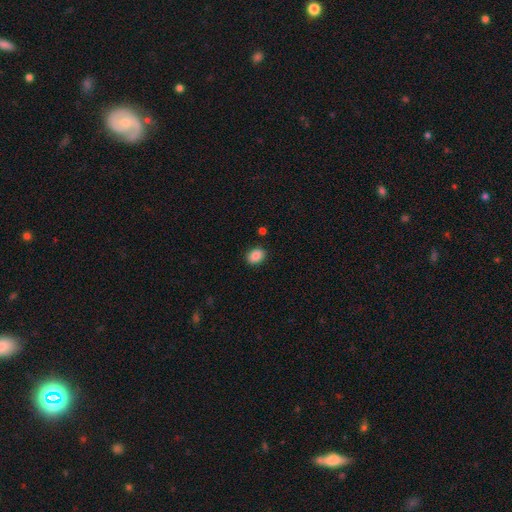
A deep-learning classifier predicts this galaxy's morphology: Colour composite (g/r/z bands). It shows a smooth galaxy with no disk features (87%) that is in between round and cigar-shaped (66%). Merging: none (88%).